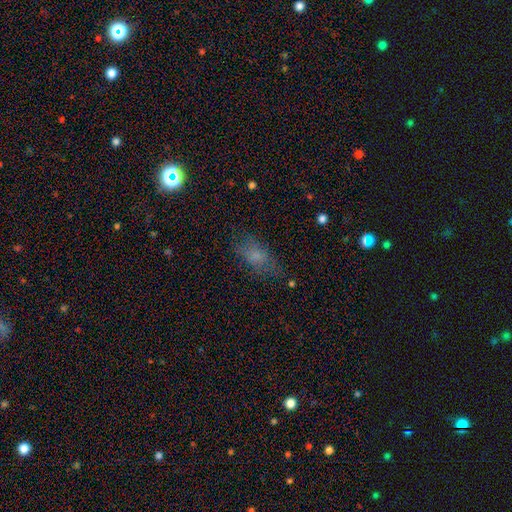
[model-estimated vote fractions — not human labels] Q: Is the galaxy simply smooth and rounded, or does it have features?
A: smooth — 65%.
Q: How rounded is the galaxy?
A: in between — 80%.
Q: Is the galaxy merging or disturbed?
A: none — 67%.